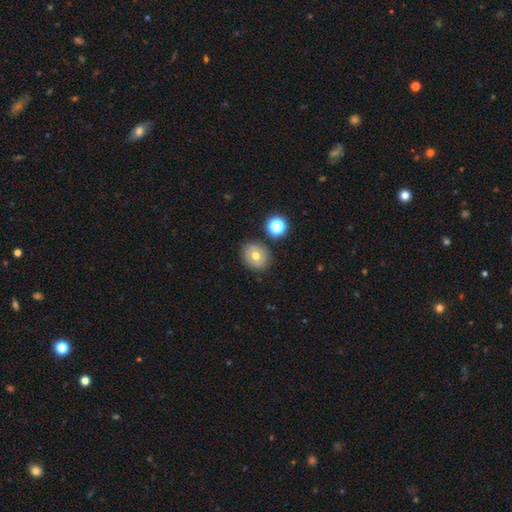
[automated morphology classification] Smooth or featured?
  - smooth: 64% *
  - featured or disk: 23%
  - star or artifact: 13%
How rounded?
  - round: 79% *
  - in between: 20%
  - cigar-shaped: 1%
Merging?
  - none: 83% *
  - minor disturbance: 10%
  - merger: 5%
  - major disturbance: 3%